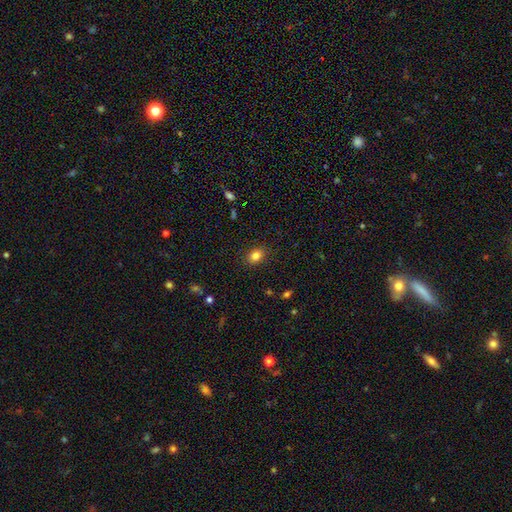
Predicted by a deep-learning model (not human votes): A smooth galaxy with no disk features (84%) that is in between round and cigar-shaped (66%).

Vote fractions:
- Smooth or featured? smooth: 84% / star or artifact: 11% / featured or disk: 6%
- How rounded? in between: 66% / round: 33% / cigar-shaped: 1%
- Merging? none: 88% / minor disturbance: 9% / major disturbance: 3% / merger: 1%